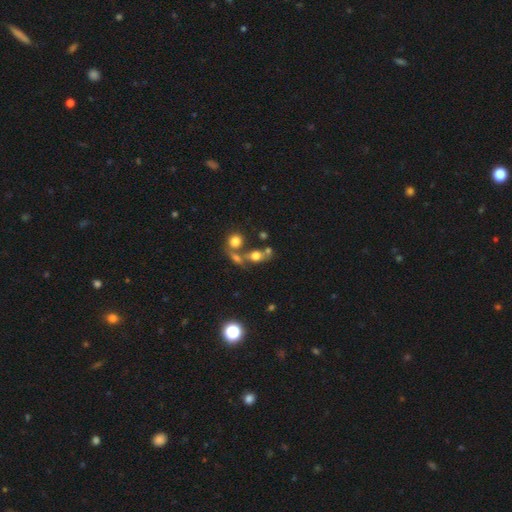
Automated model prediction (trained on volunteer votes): smooth-or-featured: smooth: 64% | featured or disk: 19% | star or artifact: 17%
  how-rounded: in between: 50% | round: 46% | cigar-shaped: 4%
  merging: none: 45% | merger: 34% | minor disturbance: 13% | major disturbance: 8%